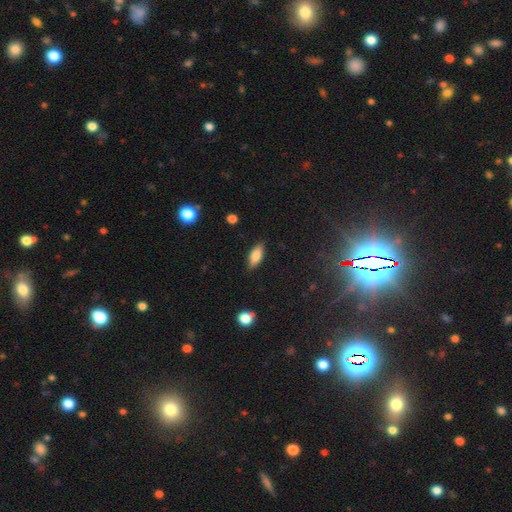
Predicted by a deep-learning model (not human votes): This is likely a smooth galaxy (74%). How rounded: likely in between (74%). Merging: clearly none (85%).